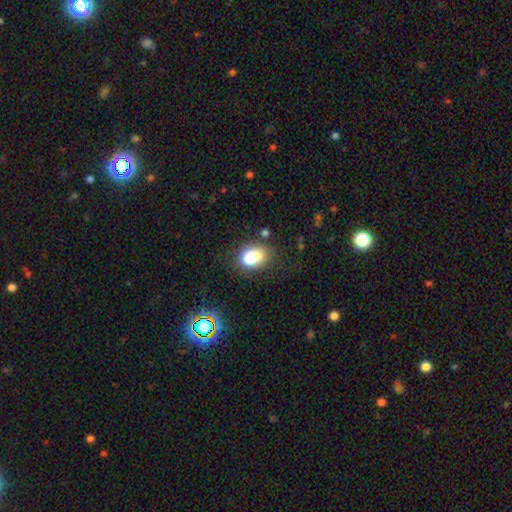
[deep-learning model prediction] smooth 69%, featured or disk 17%, star or artifact 13%. Down the decision tree: how rounded — in between (59%); merging — none (45%).